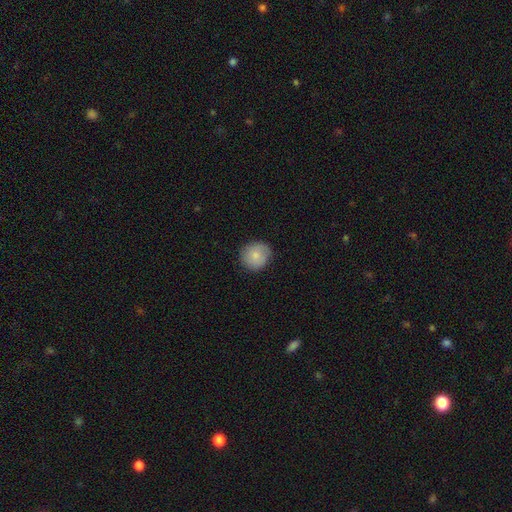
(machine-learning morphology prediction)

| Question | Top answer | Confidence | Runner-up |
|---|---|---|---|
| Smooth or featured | smooth | 79% | featured or disk (14%) |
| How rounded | round | 90% | in between (9%) |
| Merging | none | 82% | minor disturbance (15%) |